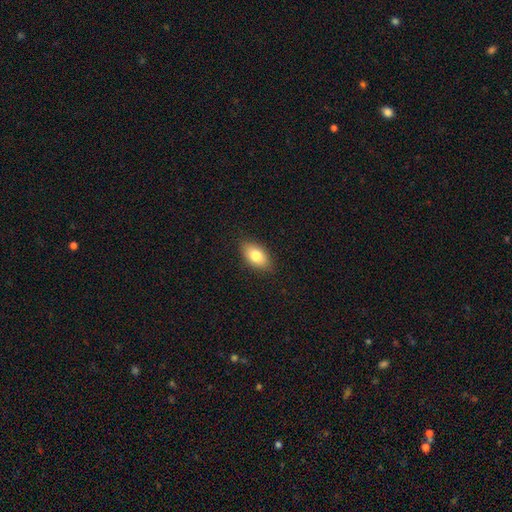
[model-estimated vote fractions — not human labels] Smooth or featured? smooth (79%)
How rounded? in between (90%)
Merging? none (85%)